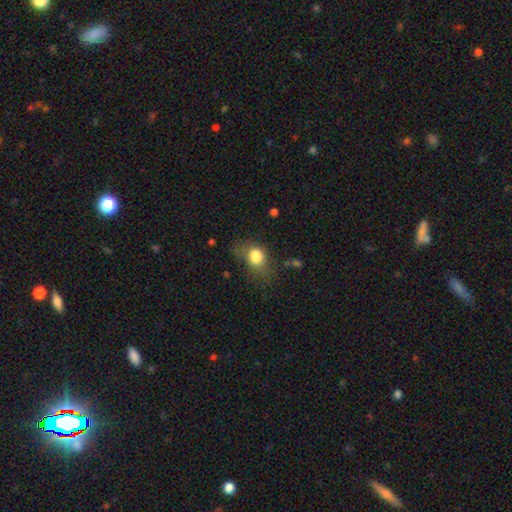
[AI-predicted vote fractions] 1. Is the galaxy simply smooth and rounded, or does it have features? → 80% smooth, 11% featured or disk, 10% star or artifact.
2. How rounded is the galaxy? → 52% in between, 46% round, 1% cigar-shaped.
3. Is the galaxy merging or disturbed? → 45% none, 30% minor disturbance, 22% major disturbance, 3% merger.